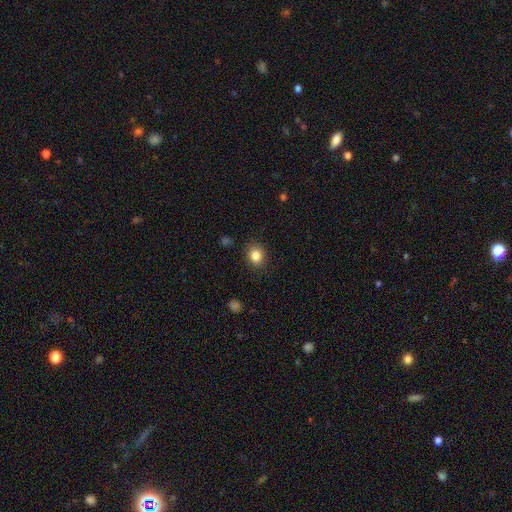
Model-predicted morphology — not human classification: A smooth galaxy with no disk features (83%) that is round (63%). Merging: none (88%).